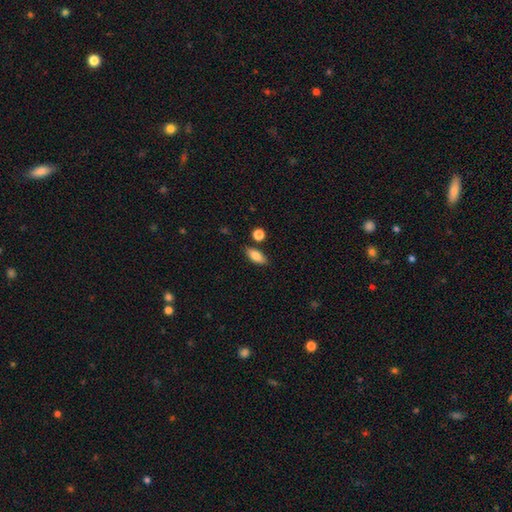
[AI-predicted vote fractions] Morphology: type=smooth (80%); roundness=in between (82%); merging=none (81%).